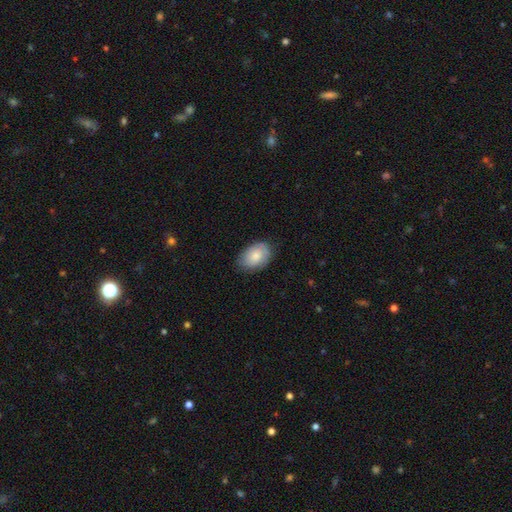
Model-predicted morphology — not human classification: Smooth or featured?
  - smooth: 78% *
  - featured or disk: 16%
  - star or artifact: 6%
How rounded?
  - in between: 86% *
  - round: 13%
  - cigar-shaped: 1%
Merging?
  - none: 78% *
  - minor disturbance: 18%
  - major disturbance: 4%
  - merger: 1%